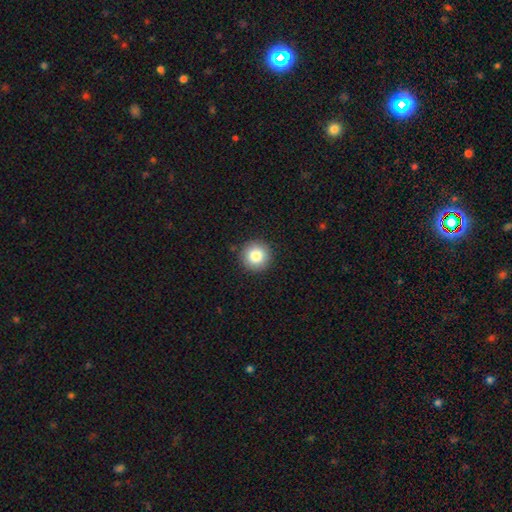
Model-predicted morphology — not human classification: smooth_or_featured: smooth (p=0.84) [alt: star or artifact p=0.09]
how_rounded: round (p=0.96) [alt: in between p=0.04]
merging: none (p=0.91) [alt: minor disturbance p=0.06]